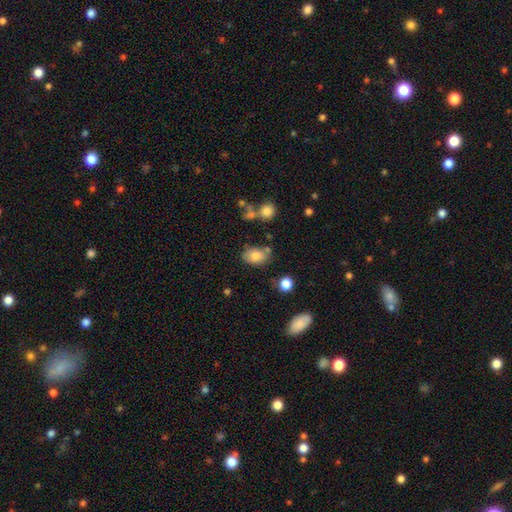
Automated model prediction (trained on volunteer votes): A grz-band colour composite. It shows a smooth galaxy with no disk features (80%) that is in between round and cigar-shaped (81%). Merging: none (67%).